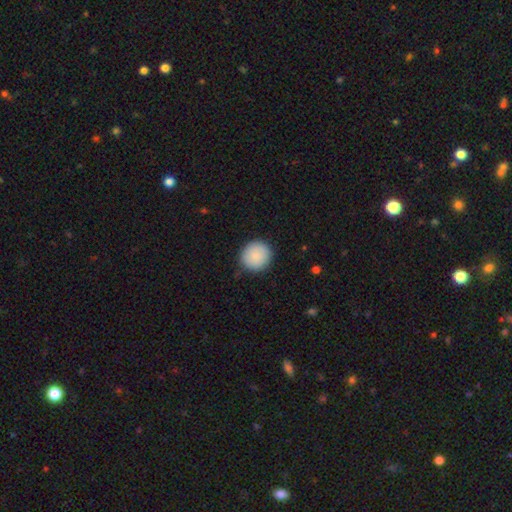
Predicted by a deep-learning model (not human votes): A smooth galaxy with no disk features (89%) that is round (94%).

Vote fractions:
- Smooth or featured? smooth: 89% / star or artifact: 7% / featured or disk: 5%
- How rounded? round: 94% / in between: 6% / cigar-shaped: 1%
- Merging? none: 86% / minor disturbance: 10% / major disturbance: 2% / merger: 1%